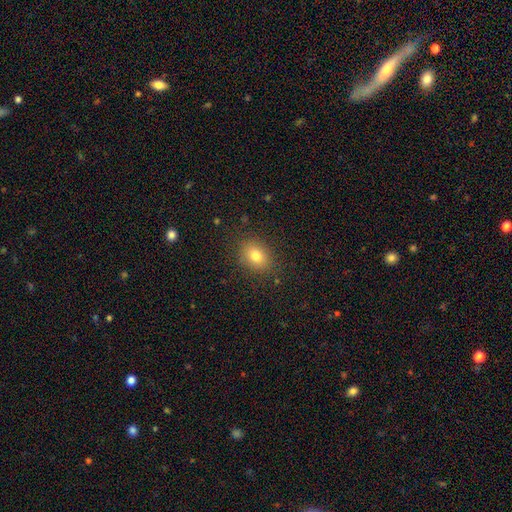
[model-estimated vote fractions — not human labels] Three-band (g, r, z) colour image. It shows a smooth galaxy with no disk features (79%) that is in between round and cigar-shaped (55%). Merging: none (85%).